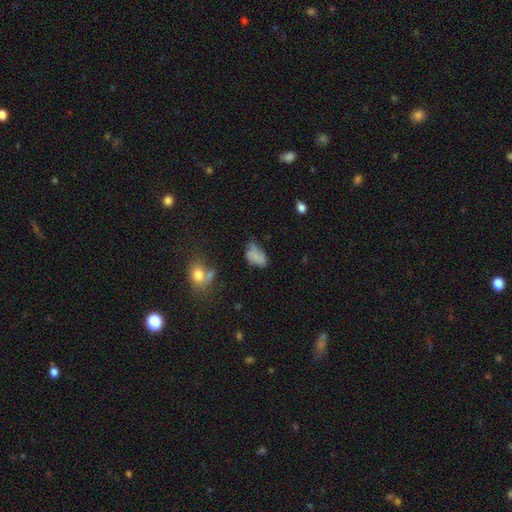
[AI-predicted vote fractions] Smooth or featured?
  - smooth: 69% *
  - featured or disk: 19%
  - star or artifact: 12%
How rounded?
  - in between: 89% *
  - round: 9%
  - cigar-shaped: 3%
Merging?
  - minor disturbance: 36% *
  - none: 34%
  - major disturbance: 23%
  - merger: 8%